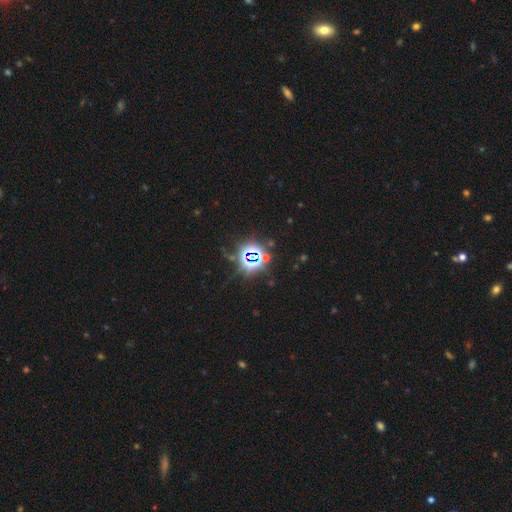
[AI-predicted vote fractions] The model was most divided on "smooth or featured": star or artifact: 80%, smooth: 12%, featured or disk: 8%.